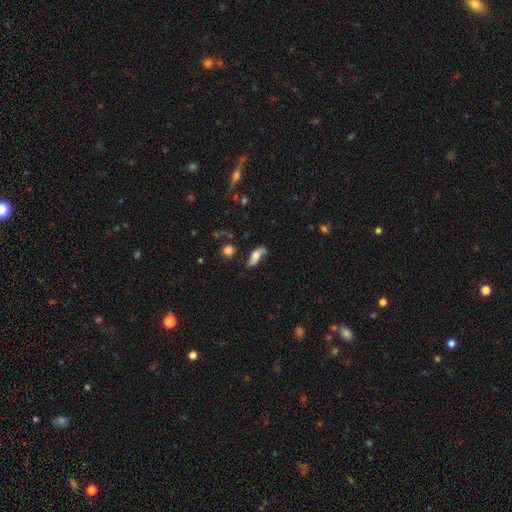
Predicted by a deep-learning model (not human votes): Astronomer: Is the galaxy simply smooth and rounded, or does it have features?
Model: smooth — 59%.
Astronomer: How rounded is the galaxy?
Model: in between — 74%.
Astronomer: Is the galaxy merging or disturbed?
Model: none — 50% (runner-up: minor disturbance, 30%).